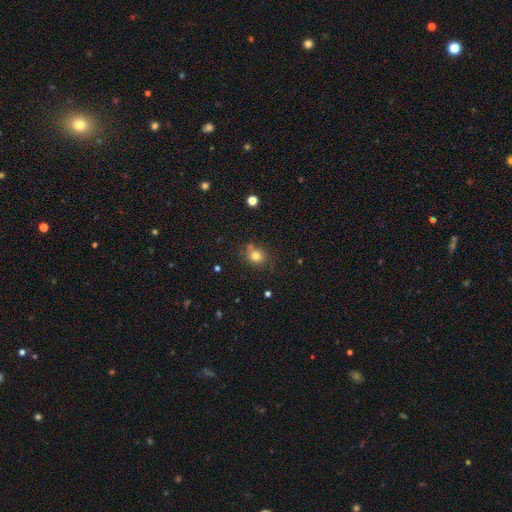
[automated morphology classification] The model was most divided on "how rounded": round: 76%, in between: 23%, cigar-shaped: 1%. More confident: smooth or featured — smooth (78%); merging — none (71%).